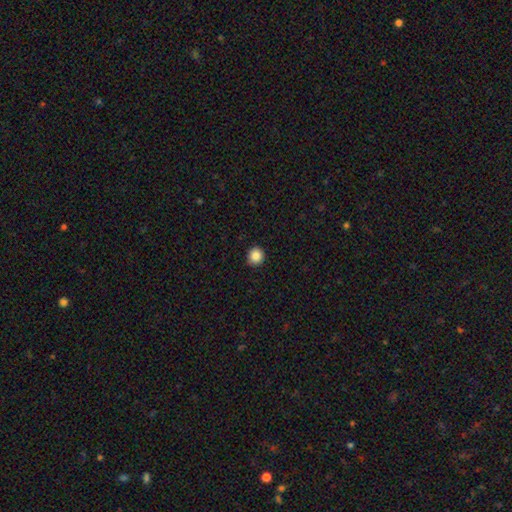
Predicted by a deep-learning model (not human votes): Morphology: type=smooth (86%); roundness=round (92%); merging=none (92%).